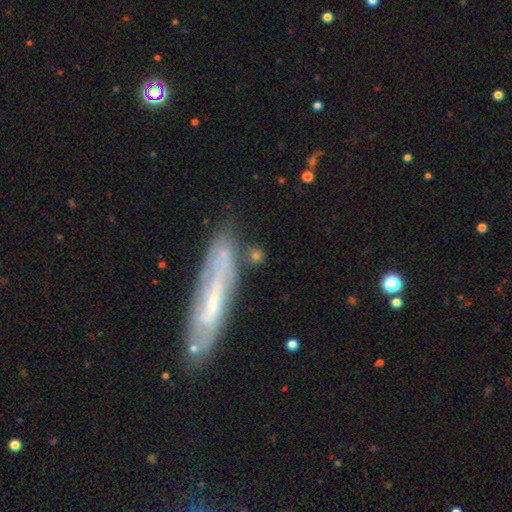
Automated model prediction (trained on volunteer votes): Smooth or featured: smooth — 68% (featured or disk — 19%)
How rounded: round — 57% (in between — 30%)
Merging: none — 69% (minor disturbance — 15%)